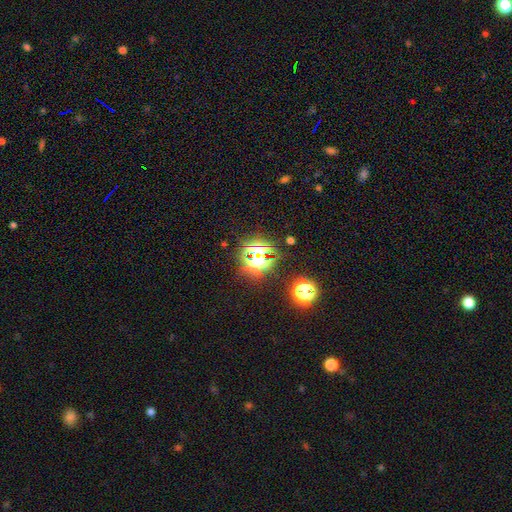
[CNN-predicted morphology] smooth_or_featured: star or artifact (p=0.74) [alt: smooth p=0.17]